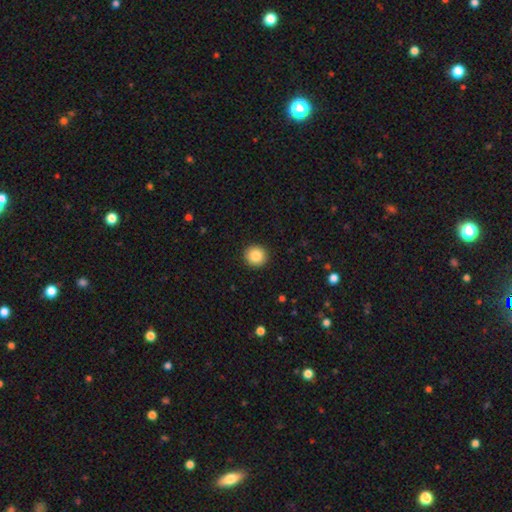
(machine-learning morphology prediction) Smooth or featured?
  - smooth: 86% *
  - star or artifact: 9%
  - featured or disk: 5%
How rounded?
  - round: 94% *
  - in between: 5%
  - cigar-shaped: 1%
Merging?
  - none: 93% *
  - minor disturbance: 4%
  - major disturbance: 2%
  - merger: 1%